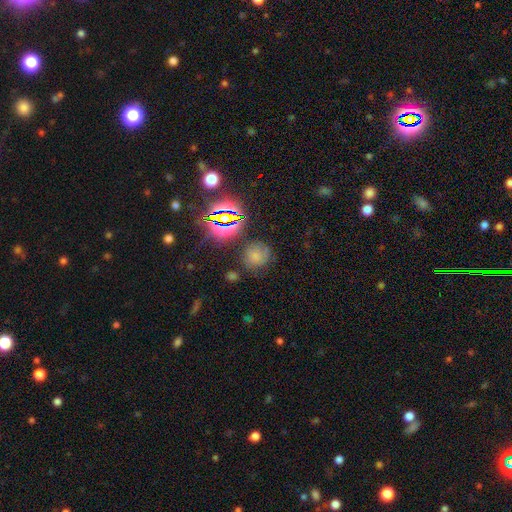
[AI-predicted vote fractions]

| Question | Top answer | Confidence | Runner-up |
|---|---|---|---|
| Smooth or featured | smooth | 61% | star or artifact (26%) |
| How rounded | round | 85% | in between (14%) |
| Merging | none | 72% | minor disturbance (17%) |